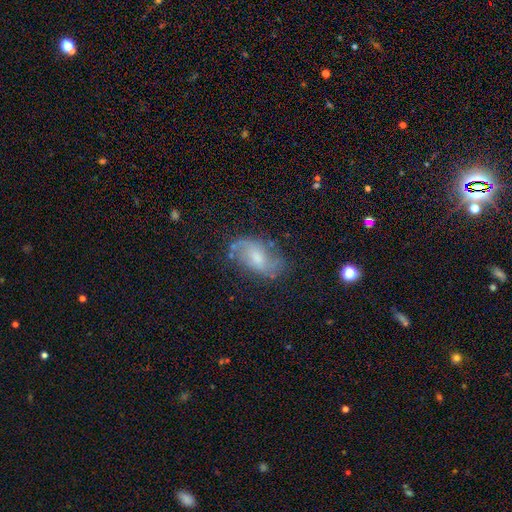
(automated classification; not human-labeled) Smooth or featured? Predicted: featured or disk (p=0.67). Edge-on disk? Predicted: no (p=0.95). Bar? Predicted: weak (p=0.49). Spiral arms? Predicted: yes (p=0.87). Spiral winding? Predicted: loose (p=0.50). Spiral arm count? Predicted: 2 (p=0.82). Bulge size? Predicted: moderate (p=0.45). Merging? Predicted: none (p=0.67).